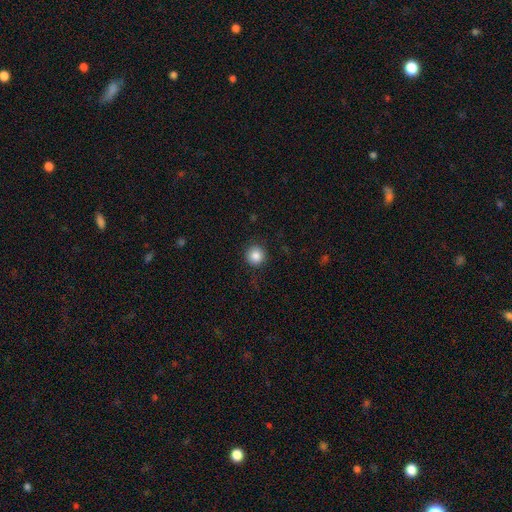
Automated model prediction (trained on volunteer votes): A smooth galaxy with no disk features (85%) that is round (95%).

Vote fractions:
- Smooth or featured? smooth: 85% / star or artifact: 10% / featured or disk: 5%
- How rounded? round: 95% / in between: 4% / cigar-shaped: 1%
- Merging? none: 90% / minor disturbance: 6% / major disturbance: 2% / merger: 1%